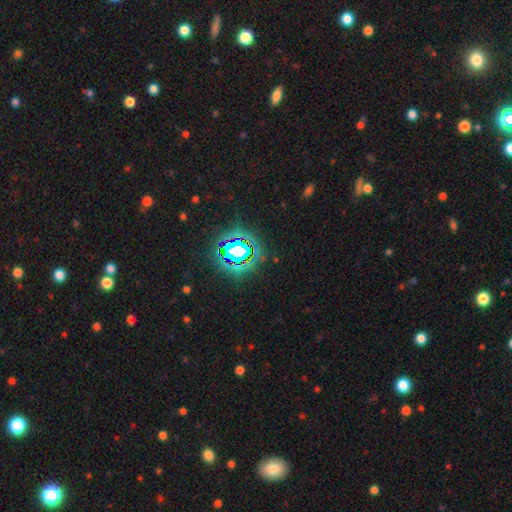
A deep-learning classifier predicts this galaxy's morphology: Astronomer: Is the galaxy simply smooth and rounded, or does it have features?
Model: star or artifact — 82%.